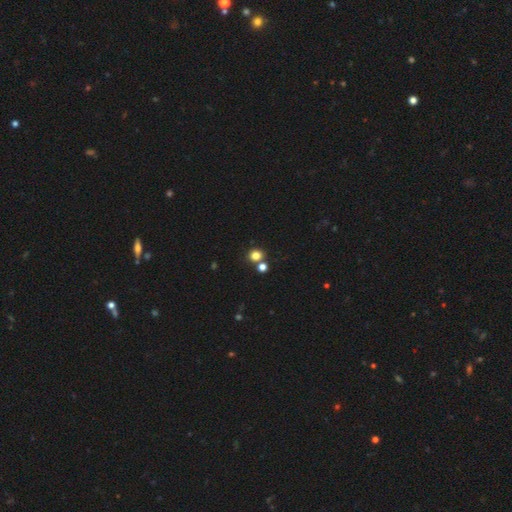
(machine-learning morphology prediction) type=smooth (80%); roundness=round (77%); merging=none (69%).